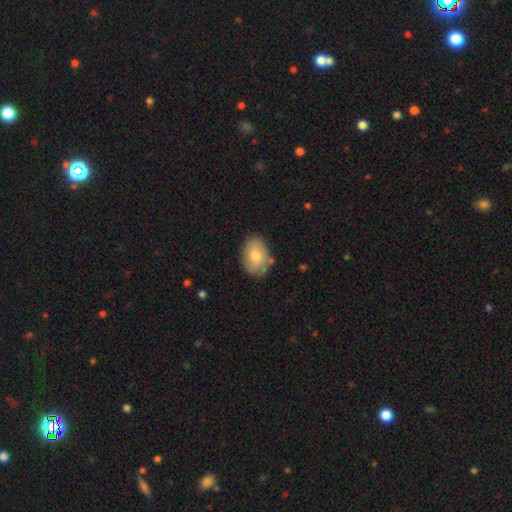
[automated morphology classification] Smooth or featured?
  - smooth: 74% *
  - featured or disk: 19%
  - star or artifact: 7%
How rounded?
  - in between: 83% *
  - round: 16%
  - cigar-shaped: 1%
Merging?
  - none: 76% *
  - minor disturbance: 18%
  - major disturbance: 3%
  - merger: 2%